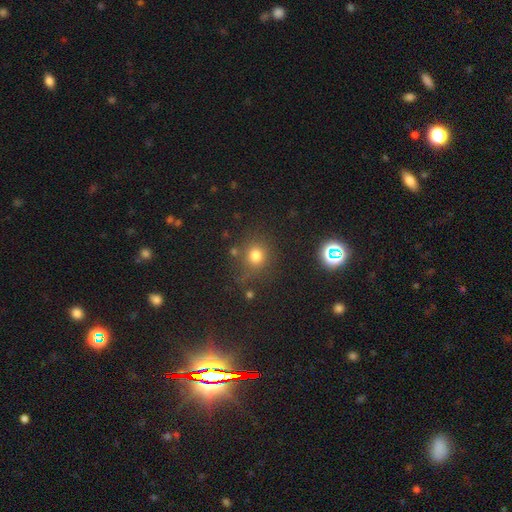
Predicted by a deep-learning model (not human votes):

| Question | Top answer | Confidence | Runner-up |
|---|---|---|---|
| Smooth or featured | smooth | 74% | star or artifact (19%) |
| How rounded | round | 85% | in between (14%) |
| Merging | none | 75% | minor disturbance (12%) |